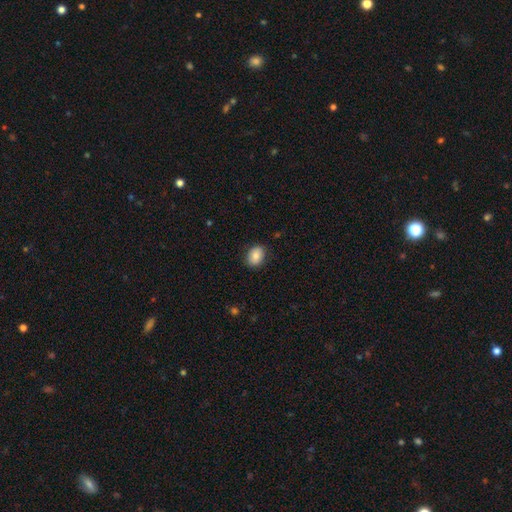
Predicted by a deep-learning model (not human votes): Smooth or featured: smooth — 85% (star or artifact — 8%)
How rounded: in between — 72% (round — 27%)
Merging: none — 86% (minor disturbance — 11%)